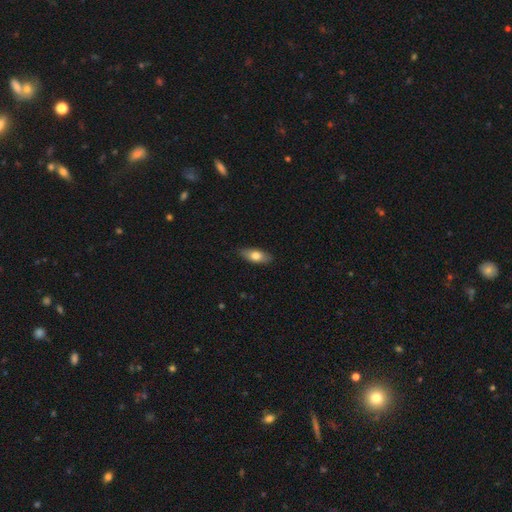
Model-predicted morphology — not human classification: A smooth galaxy with no disk features (74%) that is in between round and cigar-shaped (82%).

Vote fractions:
- Smooth or featured? smooth: 74% / featured or disk: 20% / star or artifact: 6%
- How rounded? in between: 82% / cigar-shaped: 14% / round: 3%
- Merging? none: 87% / minor disturbance: 10% / major disturbance: 2% / merger: 1%